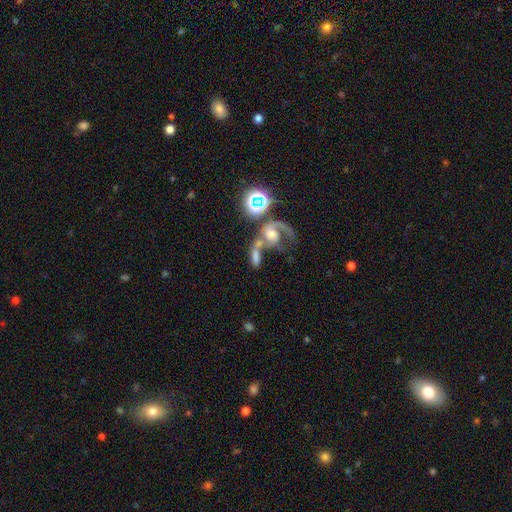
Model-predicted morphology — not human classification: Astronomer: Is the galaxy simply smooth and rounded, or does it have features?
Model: featured or disk — 47% (runner-up: smooth, 38%).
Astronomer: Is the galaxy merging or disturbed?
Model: merger — 56%.